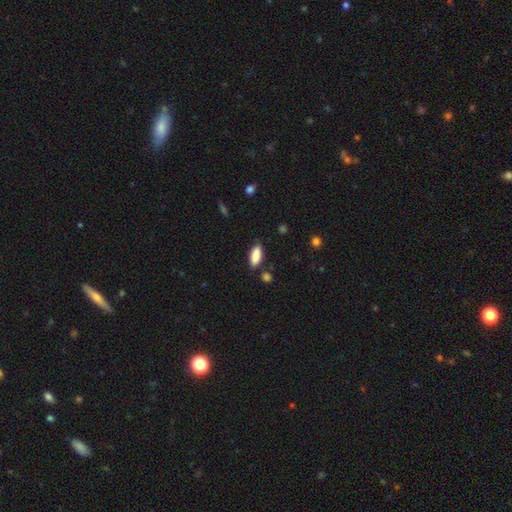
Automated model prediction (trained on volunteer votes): Smooth or featured? smooth (87%)
How rounded? in between (77%)
Merging? none (82%)